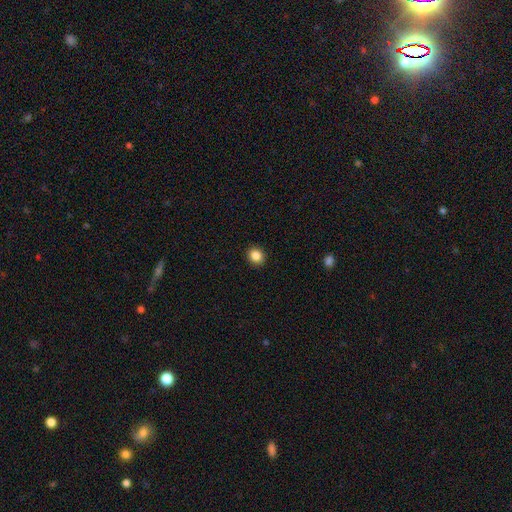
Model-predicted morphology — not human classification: smooth-or-featured: smooth: 86% | star or artifact: 10% | featured or disk: 4%
  how-rounded: round: 77% | in between: 22% | cigar-shaped: 1%
  merging: none: 92% | minor disturbance: 5% | major disturbance: 2% | merger: 1%